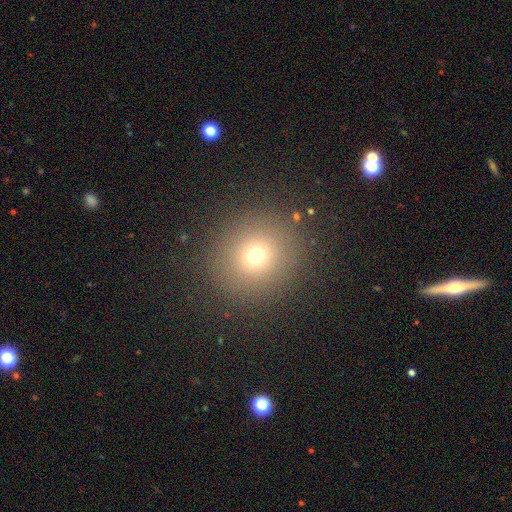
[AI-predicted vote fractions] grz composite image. It shows a smooth galaxy with no disk features (70%) that is round (91%). Merging: none (89%).